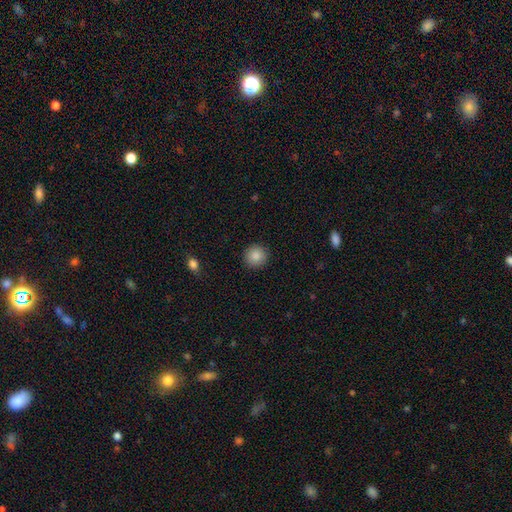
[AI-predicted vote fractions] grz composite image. It shows a smooth galaxy with no disk features (87%) that is round (94%). Merging: none (91%).